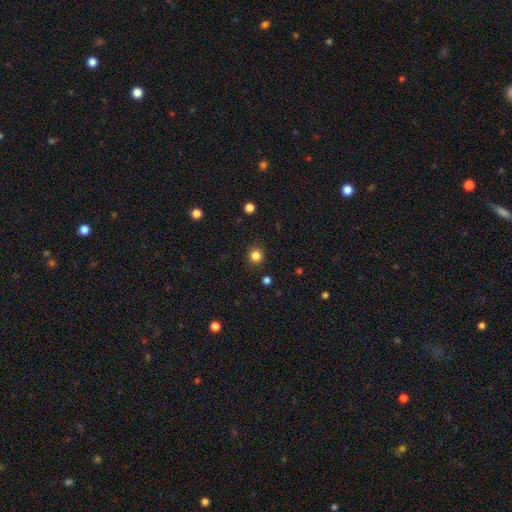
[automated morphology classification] This is clearly a smooth galaxy (84%). How rounded: clearly round (90%). Merging: clearly none (91%).